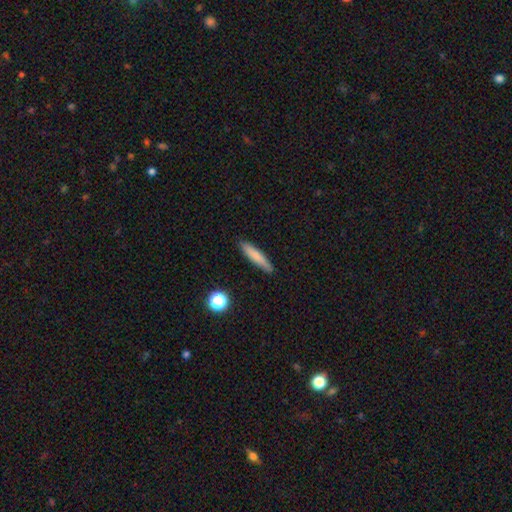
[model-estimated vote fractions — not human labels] Q: Smooth or featured?
A: smooth (77%); runner-up: featured or disk (16%)
Q: How rounded?
A: cigar-shaped (86%); runner-up: in between (12%)
Q: Merging?
A: none (87%); runner-up: minor disturbance (10%)